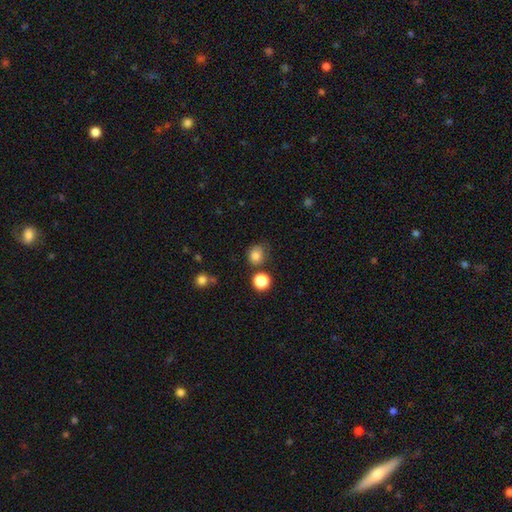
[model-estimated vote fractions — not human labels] Overall: smooth (82%). How rounded: round (80%). Merging: none (69%).